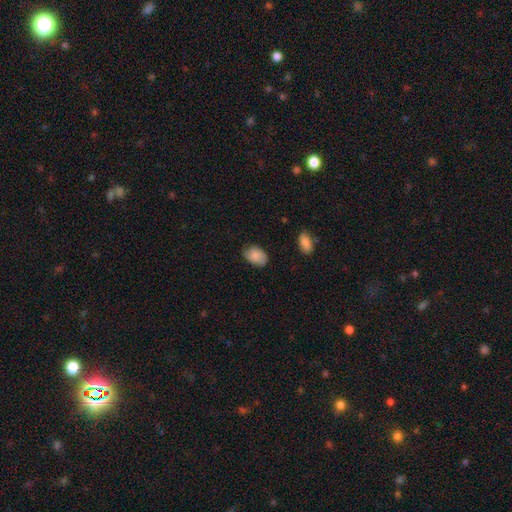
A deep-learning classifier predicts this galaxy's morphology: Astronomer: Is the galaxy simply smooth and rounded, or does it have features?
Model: smooth — 84%.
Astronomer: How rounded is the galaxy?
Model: in between — 84%.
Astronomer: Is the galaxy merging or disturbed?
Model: none — 72%.